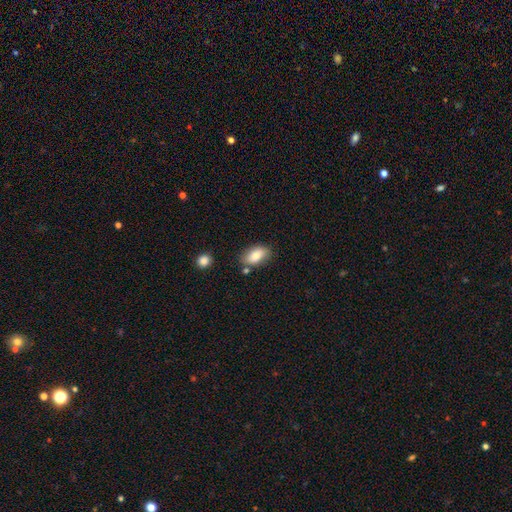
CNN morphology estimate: The model was most divided on "merging": none: 76%, minor disturbance: 15%, merger: 6%, major disturbance: 3%. More confident: how rounded — in between (91%); smooth or featured — smooth (80%).